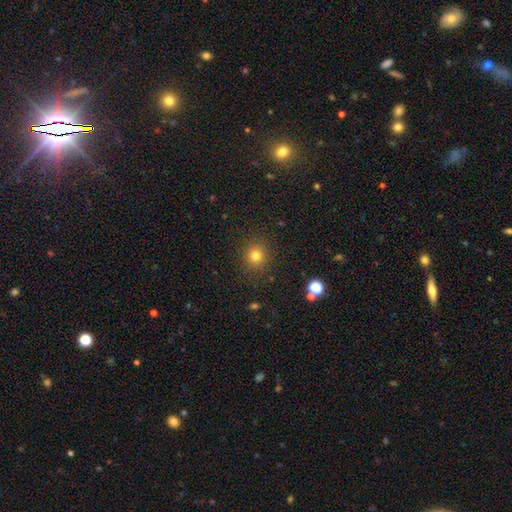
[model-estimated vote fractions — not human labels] A smooth galaxy with no disk features (79%) that is round (88%). Merging: none (88%).